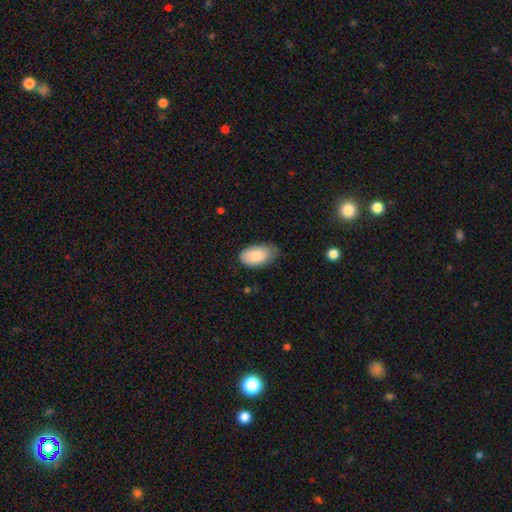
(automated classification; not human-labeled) Overall: smooth (87%). How rounded: in between (95%). Merging: none (66%; minor disturbance 28%).